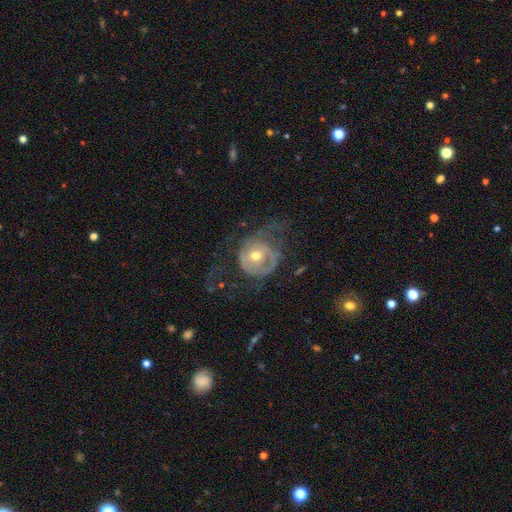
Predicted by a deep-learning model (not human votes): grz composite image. It shows a featured or disk galaxy (71%) with no bar (71%), spiral arms (69%) and a moderate central bulge (59%). Merging: major disturbance (42%).